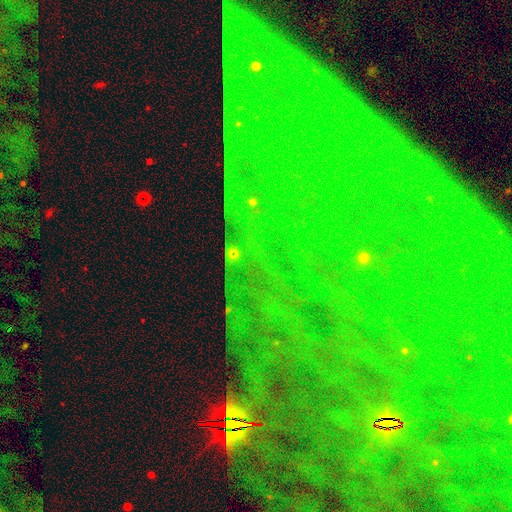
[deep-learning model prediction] smooth-or-featured: star or artifact: 85% | featured or disk: 8% | smooth: 7%